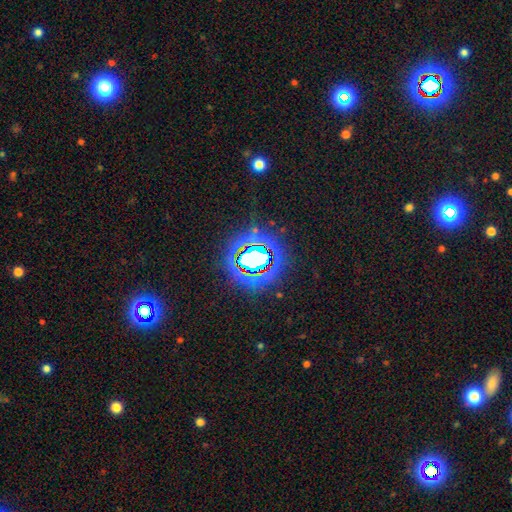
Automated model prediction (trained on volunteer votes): This appears to be a star or artifact, not a galaxy (74%).